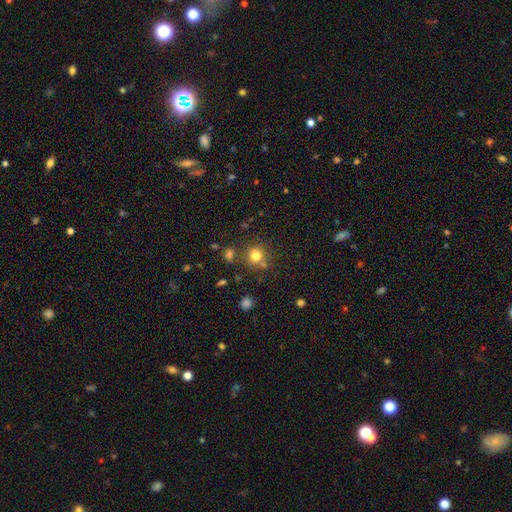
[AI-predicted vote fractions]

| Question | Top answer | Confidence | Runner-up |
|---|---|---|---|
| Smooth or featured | smooth | 77% | star or artifact (15%) |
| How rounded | round | 84% | in between (15%) |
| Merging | none | 71% | merger (14%) |